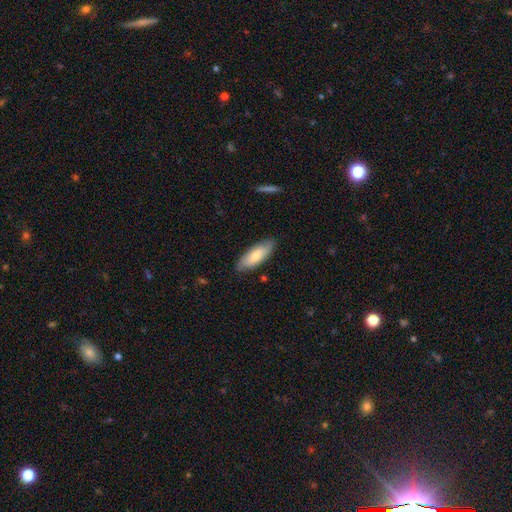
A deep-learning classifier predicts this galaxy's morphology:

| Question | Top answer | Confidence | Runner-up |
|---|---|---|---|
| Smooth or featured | smooth | 70% | featured or disk (25%) |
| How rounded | in between | 72% | cigar-shaped (26%) |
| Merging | none | 82% | minor disturbance (14%) |